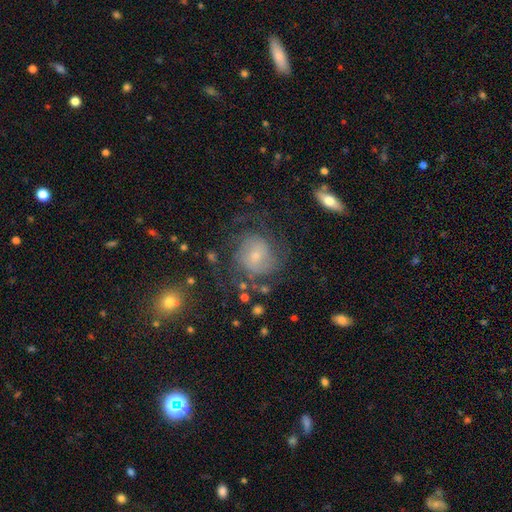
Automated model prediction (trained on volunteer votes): This appears to be a featured or disk galaxy (59%) with no bar (60%), spiral arms (82%) and a small central bulge (63%). Merging: none (59%).